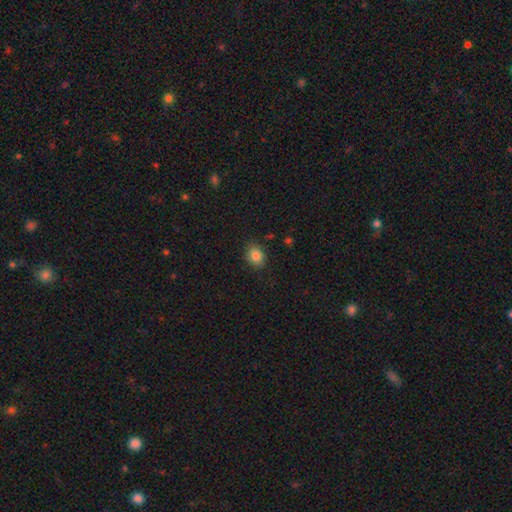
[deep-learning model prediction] smooth 85%, star or artifact 10%, featured or disk 5%. Down the decision tree: how rounded — in between (55%); merging — none (84%).